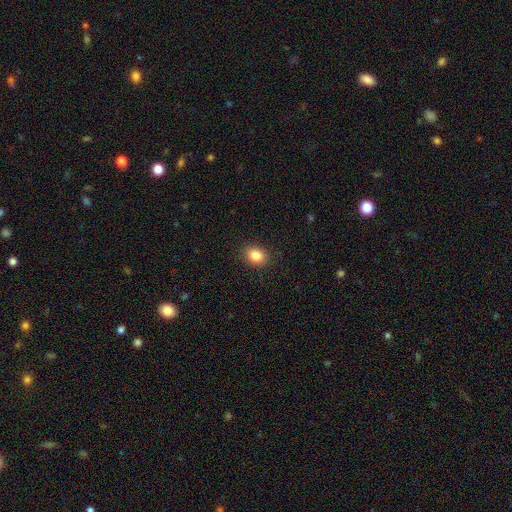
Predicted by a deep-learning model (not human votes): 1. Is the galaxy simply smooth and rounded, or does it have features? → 84% smooth, 10% star or artifact, 6% featured or disk.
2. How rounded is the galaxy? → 56% in between, 43% round, 1% cigar-shaped.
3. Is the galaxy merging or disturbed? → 89% none, 8% minor disturbance, 2% major disturbance, 1% merger.